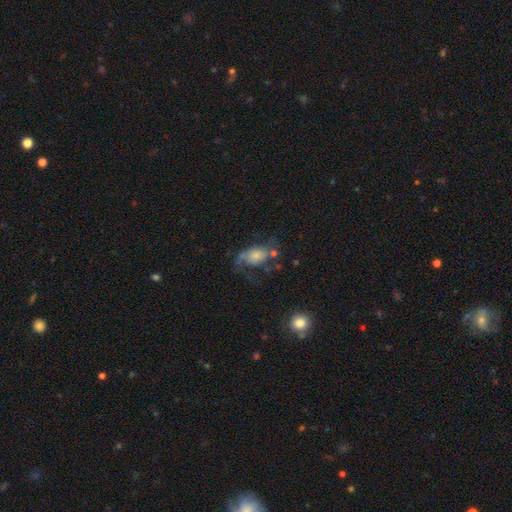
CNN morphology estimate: The model was most divided on "merging": major disturbance: 36%, none: 35%, minor disturbance: 22%, merger: 7%. Remaining: edge-on disk — no (95%); spiral arms — yes (78%); bar — no (73%); smooth or featured — featured or disk (54%); bulge size — moderate (32%).